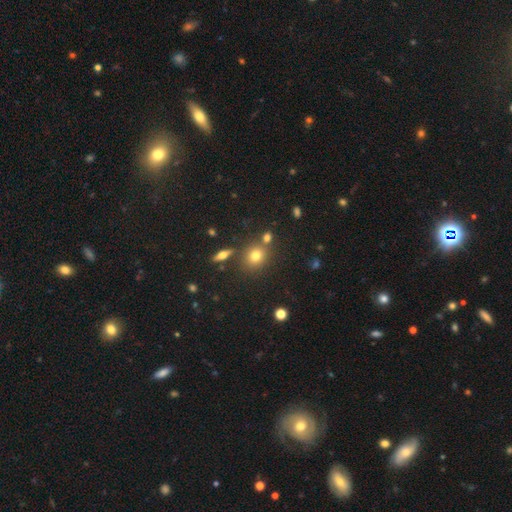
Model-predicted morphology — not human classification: smooth_or_featured: smooth (p=0.72) [alt: star or artifact p=0.16]
how_rounded: round (p=0.79) [alt: in between p=0.20]
merging: none (p=0.75) [alt: merger p=0.11]